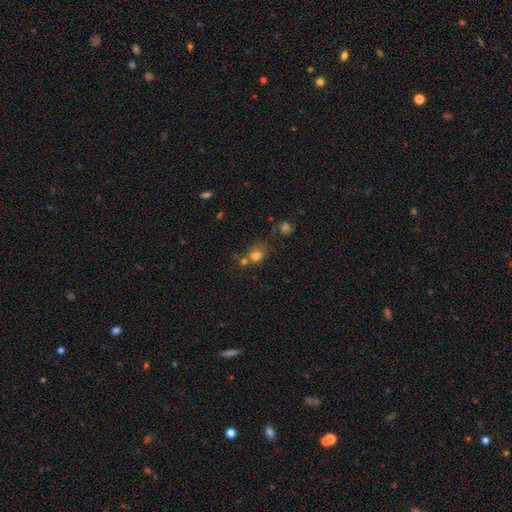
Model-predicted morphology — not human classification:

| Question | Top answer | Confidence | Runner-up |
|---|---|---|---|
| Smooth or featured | smooth | 76% | star or artifact (14%) |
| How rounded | round | 49% | tied: in between (49%) |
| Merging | none | 45% | merger (30%) |